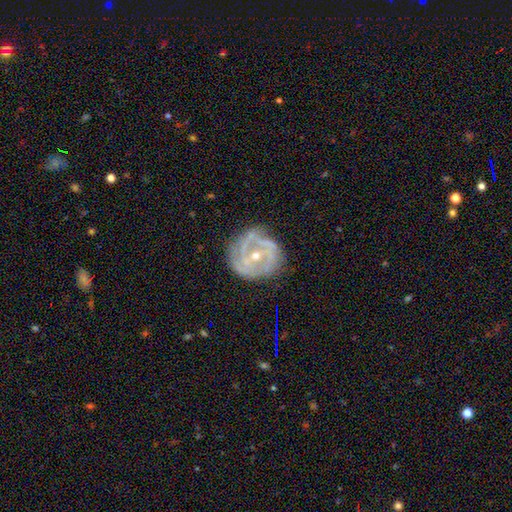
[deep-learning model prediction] Smooth or featured?
  - featured or disk: 84% *
  - smooth: 9%
  - star or artifact: 7%
Edge-on disk?
  - no: 97% *
  - yes: 3%
Bar?
  - no: 38% * (tied)
  - weak: 38% * (tied)
  - strong: 24%
Spiral arms?
  - yes: 89% *
  - no: 11%
Spiral winding?
  - tight: 59% *
  - medium: 32%
  - loose: 10%
Spiral arm count?
  - 2: 33% *
  - can't tell: 27%
  - 3: 23%
  - 4: 7%
  - 1: 6%
  - more than 4: 5%
Bulge size?
  - small: 60% *
  - moderate: 37%
  - large: 1%
  - none: 1%
  - dominant: 1%
Merging?
  - none: 69% *
  - minor disturbance: 21%
  - major disturbance: 9%
  - merger: 2%